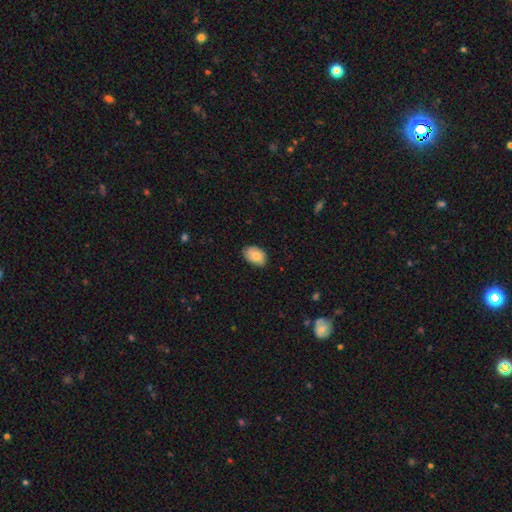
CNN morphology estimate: smooth 79%, featured or disk 14%, star or artifact 7%. Down the decision tree: how rounded — in between (86%); merging — none (76%).